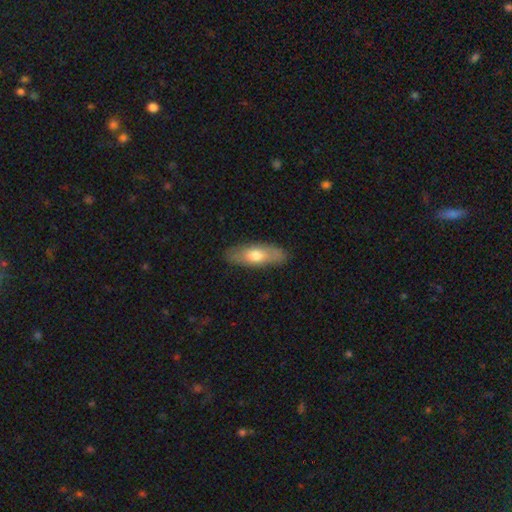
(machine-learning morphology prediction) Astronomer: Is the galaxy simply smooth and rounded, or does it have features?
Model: smooth — 65%.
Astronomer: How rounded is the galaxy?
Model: in between — 65%.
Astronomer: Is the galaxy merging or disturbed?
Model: none — 84%.